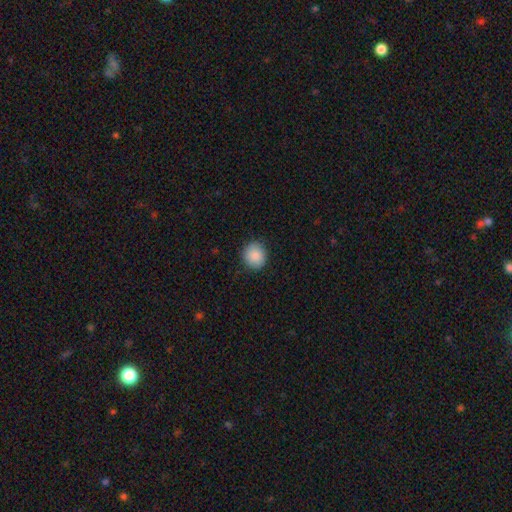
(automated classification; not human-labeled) Morphology: type=smooth (89%); roundness=round (86%); merging=none (87%).